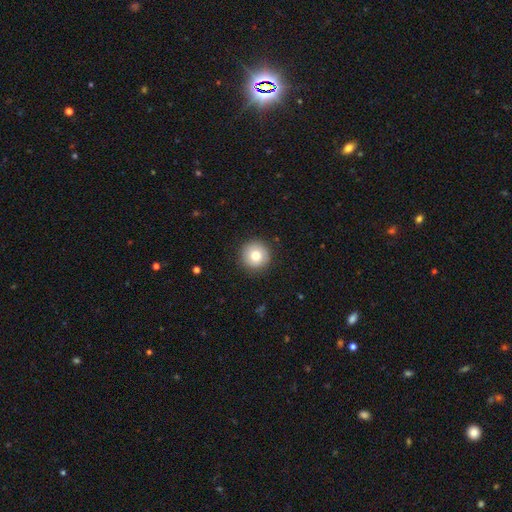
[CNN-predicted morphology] smooth_or_featured: smooth (p=0.79) [alt: featured or disk p=0.12]
how_rounded: round (p=0.96) [alt: in between p=0.03]
merging: none (p=0.90) [alt: minor disturbance p=0.07]